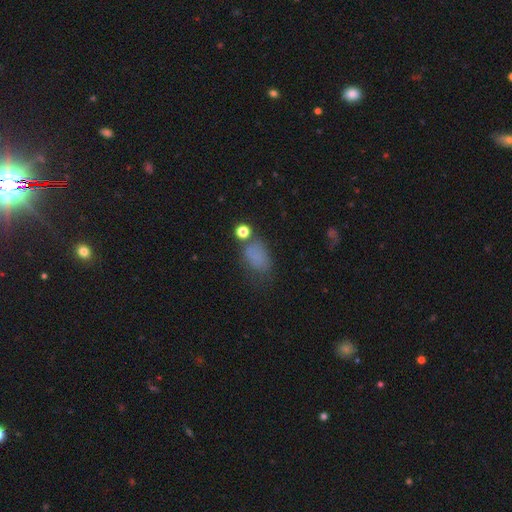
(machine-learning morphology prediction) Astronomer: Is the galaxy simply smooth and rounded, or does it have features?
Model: smooth — 69%.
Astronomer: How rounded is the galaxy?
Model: in between — 81%.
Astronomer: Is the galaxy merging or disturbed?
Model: none — 47% (runner-up: minor disturbance, 25%).